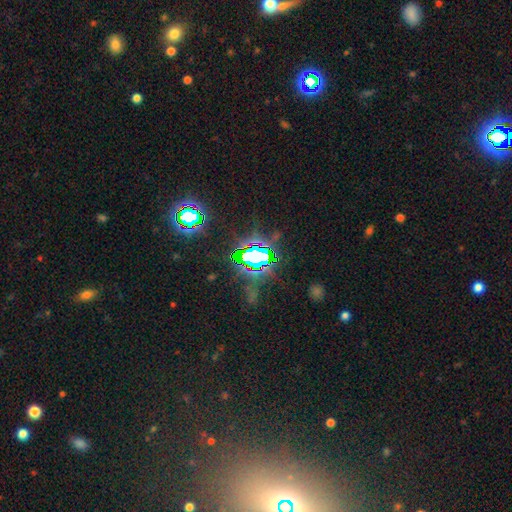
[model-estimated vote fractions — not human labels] Smooth or featured? Predicted: star or artifact (p=0.77).